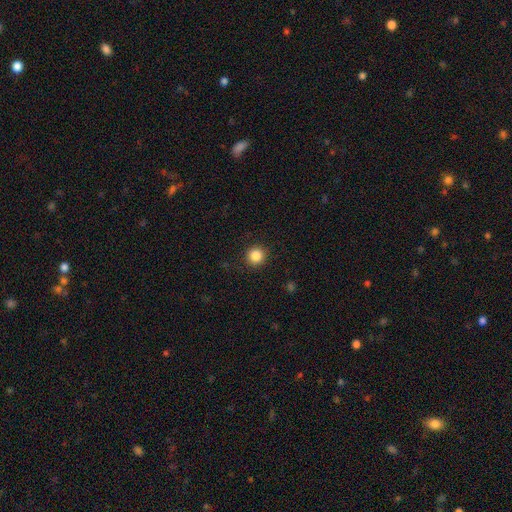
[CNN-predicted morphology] Q: Smooth or featured?
A: smooth (85%); runner-up: star or artifact (11%)
Q: How rounded?
A: round (94%); runner-up: in between (5%)
Q: Merging?
A: none (92%); runner-up: minor disturbance (5%)